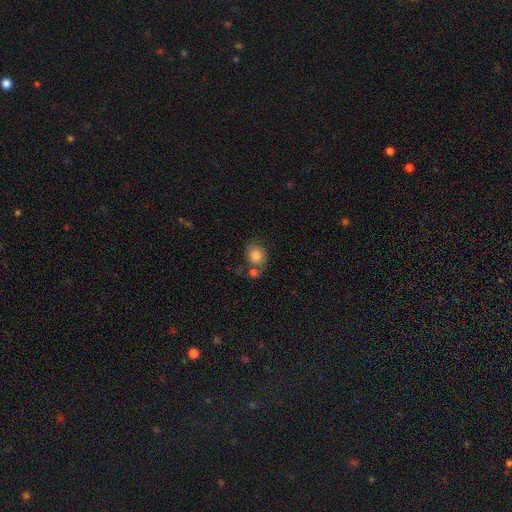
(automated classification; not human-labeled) Overall: smooth (73%). How rounded: round (57%; in between 42%). Merging: none (41%; merger 27%).